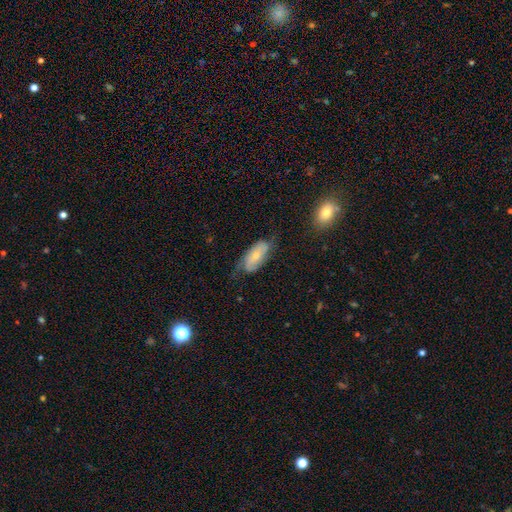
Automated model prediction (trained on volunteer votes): Smooth or featured?
  - featured or disk: 50% *
  - smooth: 43%
  - star or artifact: 7%
Edge-on disk?
  - no: 90% *
  - yes: 10%
Merging?
  - none: 53% *
  - minor disturbance: 30%
  - major disturbance: 15%
  - merger: 2%